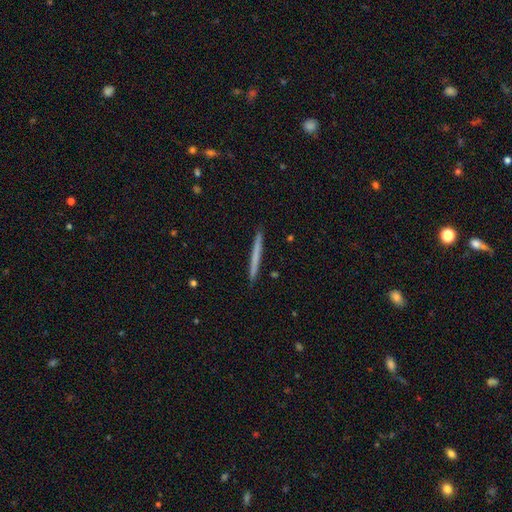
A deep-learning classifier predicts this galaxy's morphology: type=smooth (62%); roundness=cigar-shaped (97%); merging=none (93%).